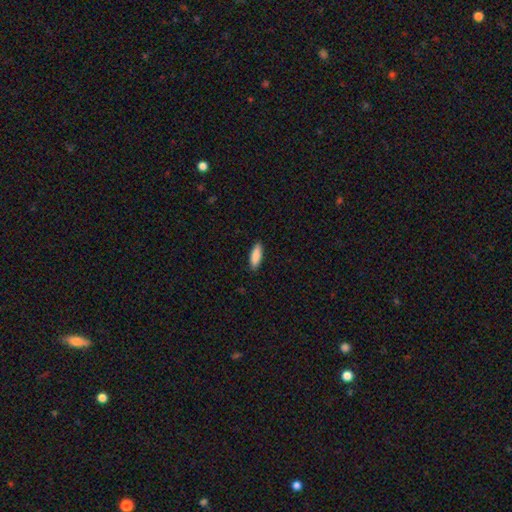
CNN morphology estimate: This is clearly a smooth galaxy (88%). How rounded: possibly in between (60%). Merging: clearly none (89%).